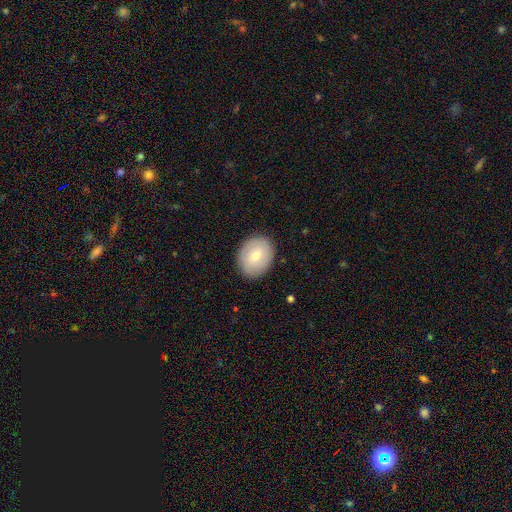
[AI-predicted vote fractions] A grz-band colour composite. It shows a smooth galaxy with no disk features (67%) that is in between round and cigar-shaped (50%). Merging: none (88%).